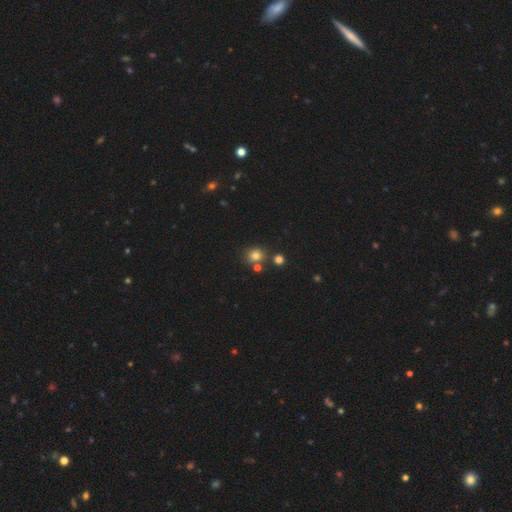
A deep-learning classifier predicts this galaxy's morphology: smooth 76%, star or artifact 16%, featured or disk 8%. Down the decision tree: how rounded — round (82%); merging — none (71%).